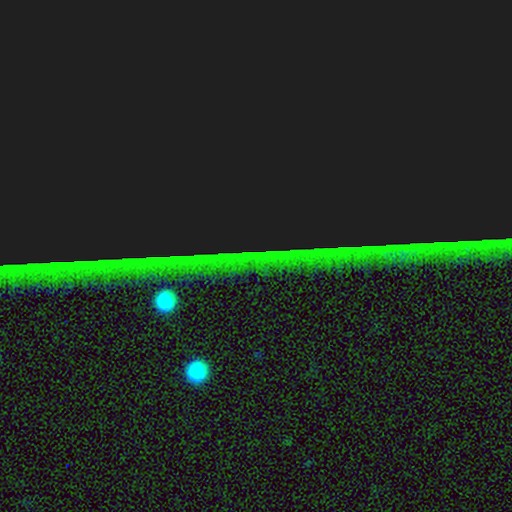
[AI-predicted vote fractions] This is clearly a star or artifact rather than a galaxy (86%).